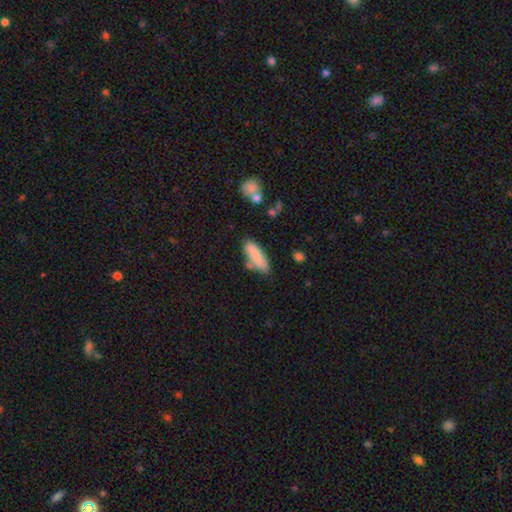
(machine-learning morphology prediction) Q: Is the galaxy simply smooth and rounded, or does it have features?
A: smooth — 78%.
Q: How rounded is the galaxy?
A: in between — 57%.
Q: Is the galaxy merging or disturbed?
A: none — 66%.